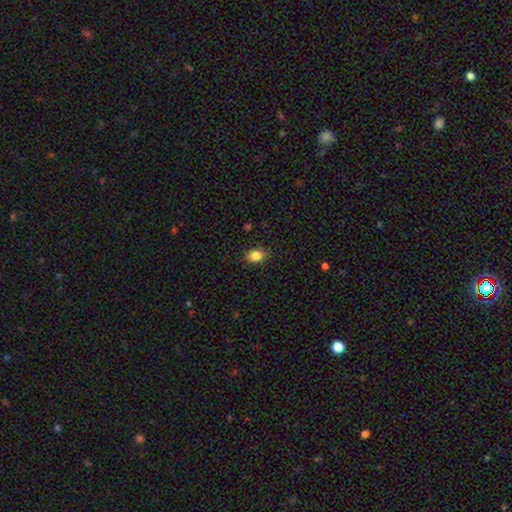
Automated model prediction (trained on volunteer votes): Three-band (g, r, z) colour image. It shows a smooth galaxy with no disk features (86%) that is in between round and cigar-shaped (63%). Merging: none (87%).